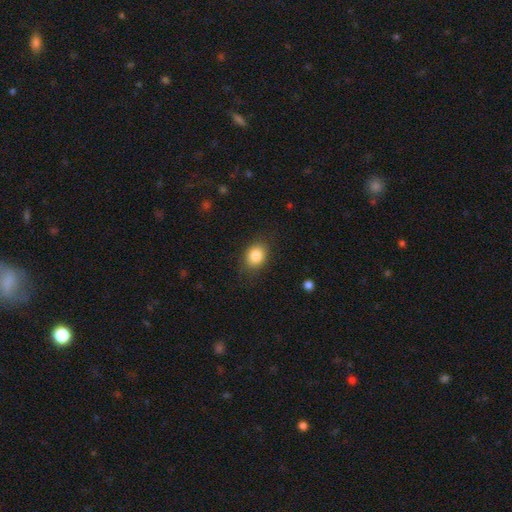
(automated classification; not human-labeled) Smooth or featured? Predicted: smooth (p=0.84). How rounded? Predicted: in between (p=0.55). Merging? Predicted: none (p=0.84).